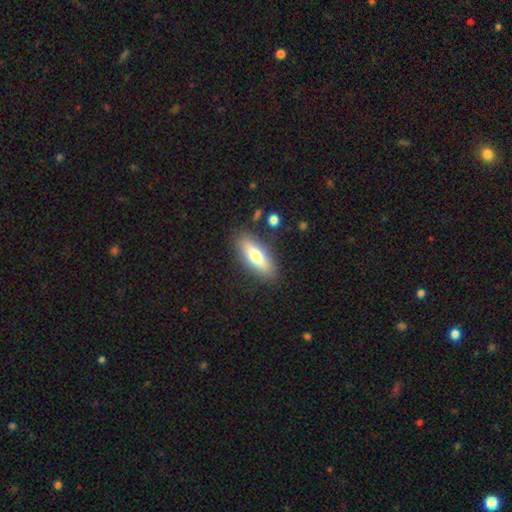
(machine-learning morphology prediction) The model was most divided on "how rounded": in between: 60%, cigar-shaped: 38%, round: 2%. More confident: merging — none (84%); smooth or featured — smooth (67%).